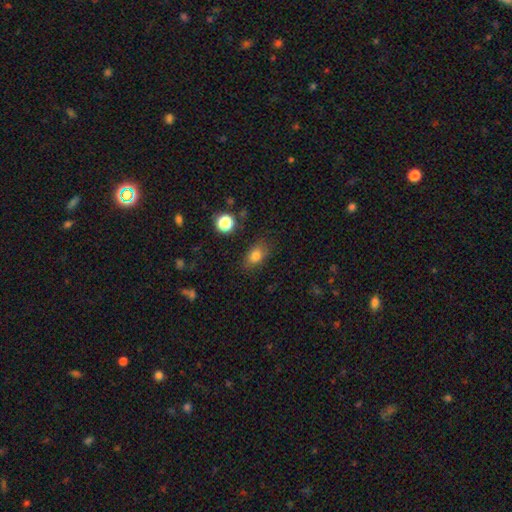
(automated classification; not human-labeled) This is clearly a smooth galaxy (80%). How rounded: likely in between (78%). Merging: clearly none (80%).